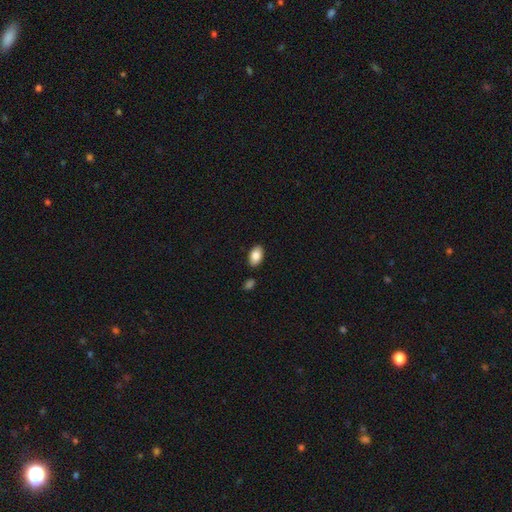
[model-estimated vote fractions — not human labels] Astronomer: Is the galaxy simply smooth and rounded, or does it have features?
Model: smooth — 86%.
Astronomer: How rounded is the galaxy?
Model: in between — 93%.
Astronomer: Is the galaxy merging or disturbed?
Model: none — 86%.